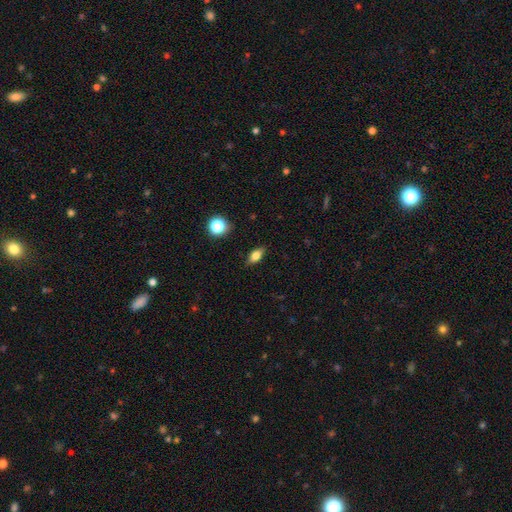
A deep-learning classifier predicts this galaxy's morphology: smooth 70%, featured or disk 20%, star or artifact 10%. Down the decision tree: how rounded — in between (79%); merging — none (86%).